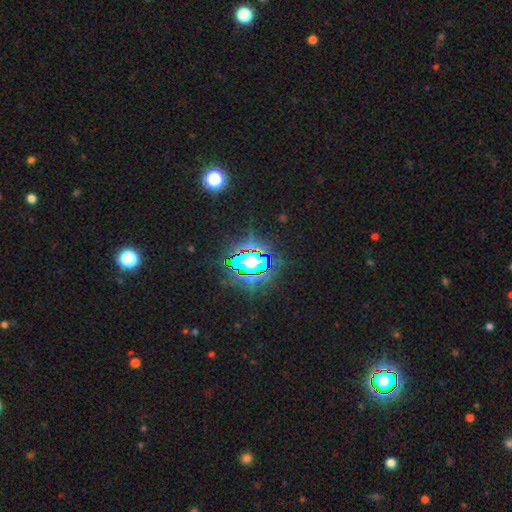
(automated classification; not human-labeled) Smooth or featured? Predicted: star or artifact (p=0.81).